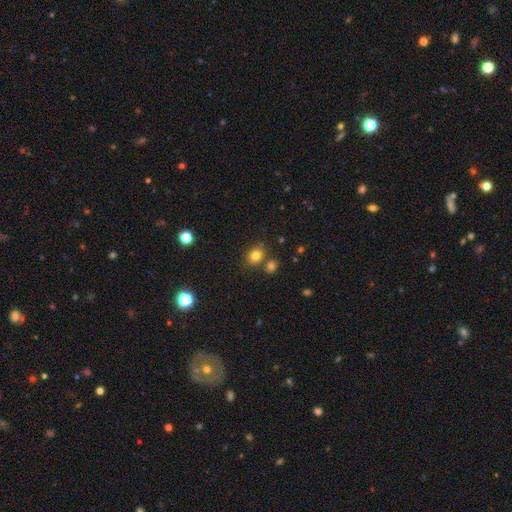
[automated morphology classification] Overall: smooth (79%). How rounded: round (66%; in between 33%). Merging: none (70%).